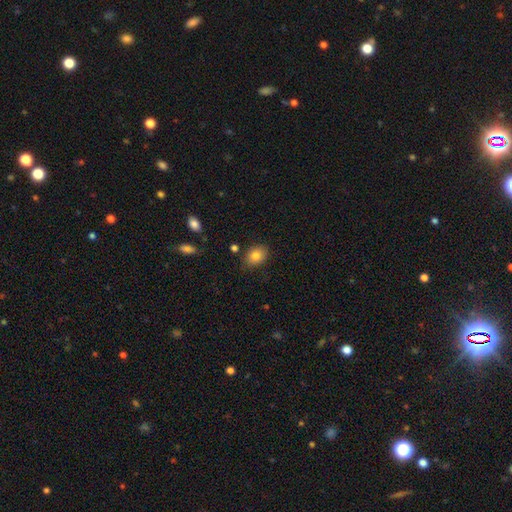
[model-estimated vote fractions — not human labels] Smooth or featured? smooth (82%)
How rounded? in between (68%)
Merging? none (80%)